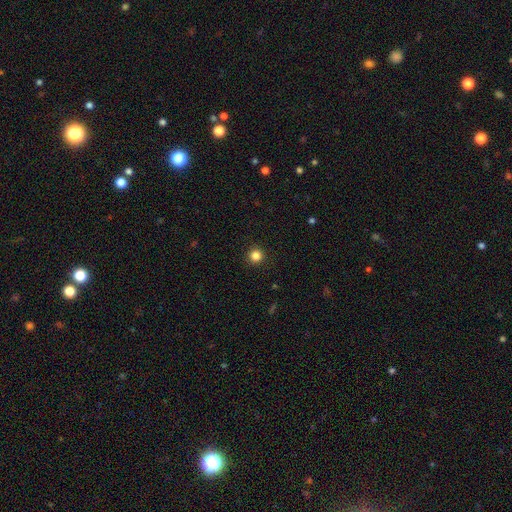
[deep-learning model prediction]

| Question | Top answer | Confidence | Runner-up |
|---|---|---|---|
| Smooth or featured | smooth | 84% | star or artifact (12%) |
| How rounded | round | 95% | in between (4%) |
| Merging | none | 93% | minor disturbance (5%) |